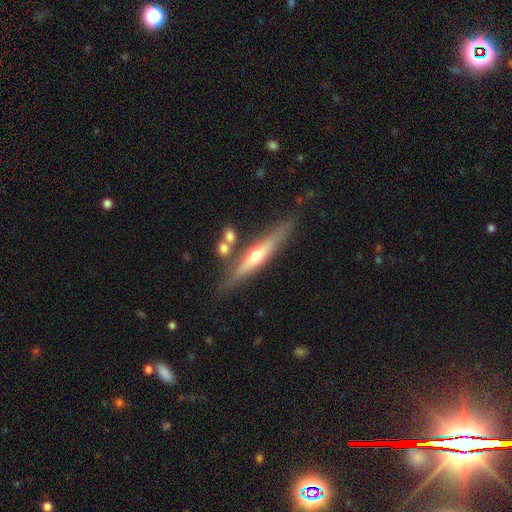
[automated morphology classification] smooth-or-featured: featured or disk: 65% | smooth: 29% | star or artifact: 6%
  disk-edge-on: yes: 94% | no: 6%
    edge-on-bulge: rounded: 87% | none: 9% | boxy: 4%
  merging: none: 75% | minor disturbance: 12% | merger: 10% | major disturbance: 3%